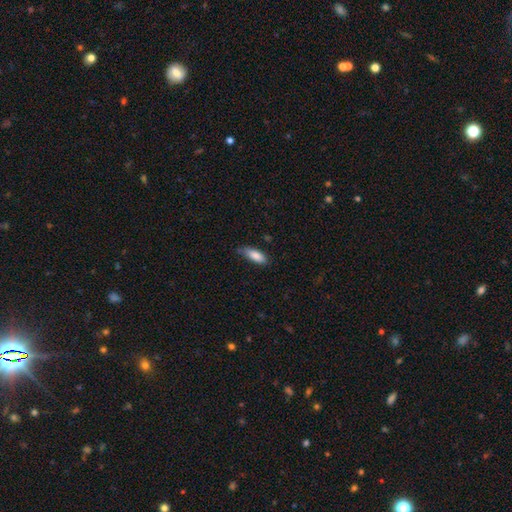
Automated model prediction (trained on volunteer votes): Q: Smooth or featured?
A: smooth (85%); runner-up: featured or disk (9%)
Q: How rounded?
A: in between (70%); runner-up: cigar-shaped (28%)
Q: Merging?
A: none (70%); runner-up: minor disturbance (24%)